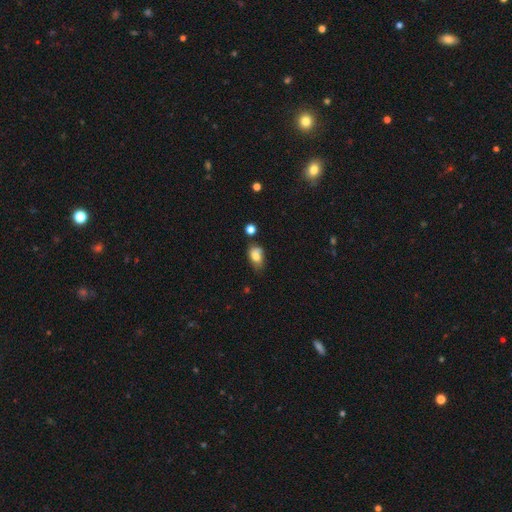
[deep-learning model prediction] The model was most divided on "merging": none: 45%, minor disturbance: 35%, major disturbance: 11%, merger: 9%. More confident: how rounded — in between (82%); smooth or featured — smooth (71%).